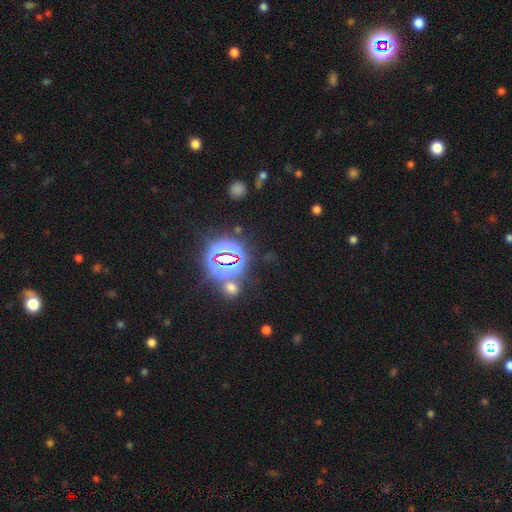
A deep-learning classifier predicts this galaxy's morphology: Smooth or featured? star or artifact (80%)